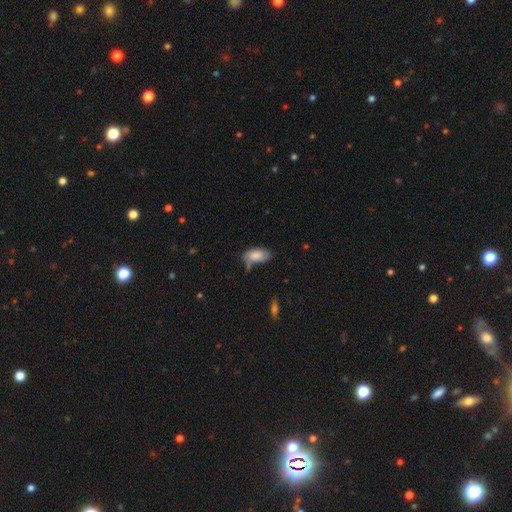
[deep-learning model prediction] A smooth galaxy with no disk features (78%) that is in between round and cigar-shaped (93%).

Vote fractions:
- Smooth or featured? smooth: 78% / featured or disk: 15% / star or artifact: 7%
- How rounded? in between: 93% / round: 4% / cigar-shaped: 3%
- Merging? none: 45% / minor disturbance: 32% / major disturbance: 13% / merger: 10%